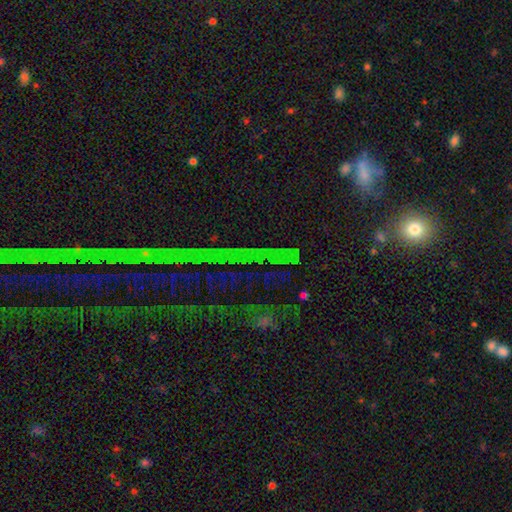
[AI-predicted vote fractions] smooth-or-featured: star or artifact: 76% | smooth: 12% | featured or disk: 12%